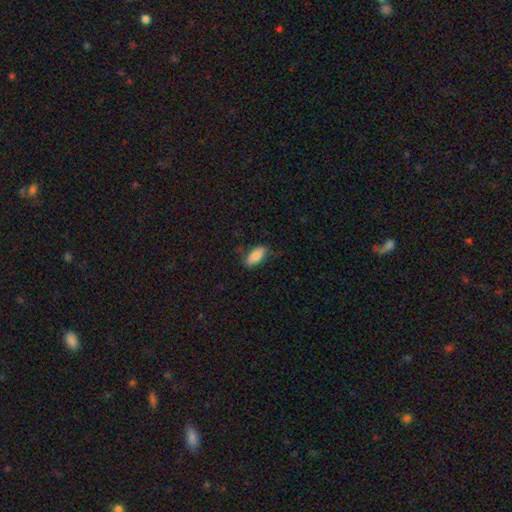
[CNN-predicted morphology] A smooth galaxy with no disk features (80%) that is in between round and cigar-shaped (86%).

Vote fractions:
- Smooth or featured? smooth: 80% / featured or disk: 14% / star or artifact: 7%
- How rounded? in between: 86% / cigar-shaped: 12% / round: 2%
- Merging? none: 75% / minor disturbance: 19% / major disturbance: 4% / merger: 2%